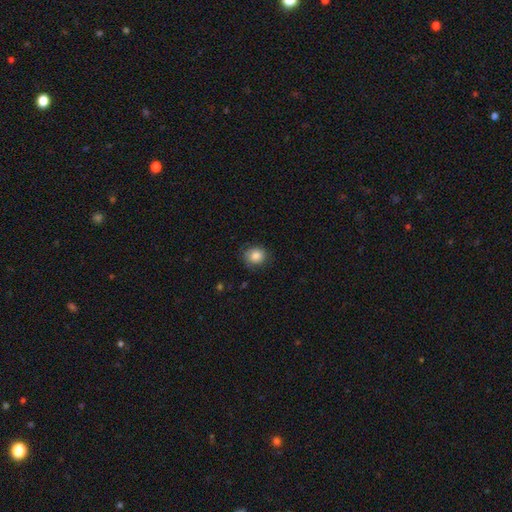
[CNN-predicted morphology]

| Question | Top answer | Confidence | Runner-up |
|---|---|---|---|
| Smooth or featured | smooth | 84% | star or artifact (8%) |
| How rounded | round | 80% | in between (20%) |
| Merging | none | 76% | minor disturbance (19%) |